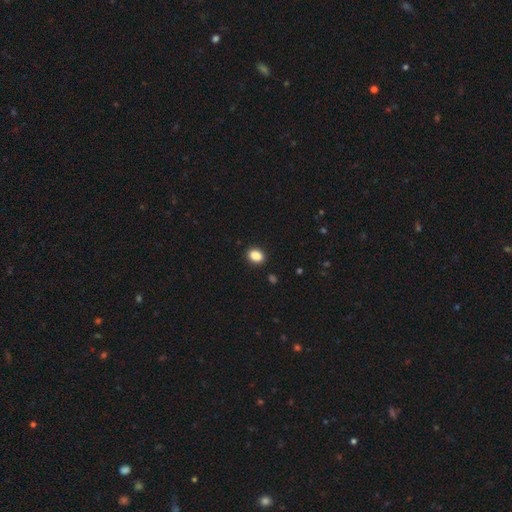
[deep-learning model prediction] smooth_or_featured: smooth (p=0.87) [alt: star or artifact p=0.09]
how_rounded: in between (p=0.70) [alt: round p=0.29]
merging: none (p=0.90) [alt: minor disturbance p=0.07]